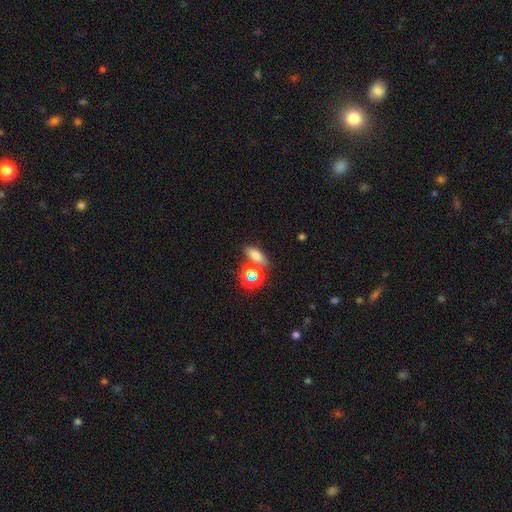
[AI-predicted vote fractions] Smooth or featured? Predicted: smooth (p=0.70). How rounded? Predicted: in between (p=0.70). Merging? Predicted: none (p=0.68).